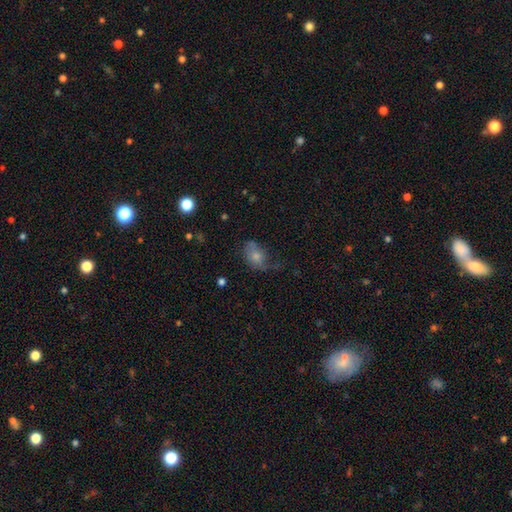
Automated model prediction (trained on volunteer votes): Smooth or featured?
  - smooth: 67% *
  - featured or disk: 23%
  - star or artifact: 10%
How rounded?
  - in between: 77% *
  - round: 22%
  - cigar-shaped: 2%
Merging?
  - none: 36% *
  - minor disturbance: 31%
  - major disturbance: 29%
  - merger: 4%